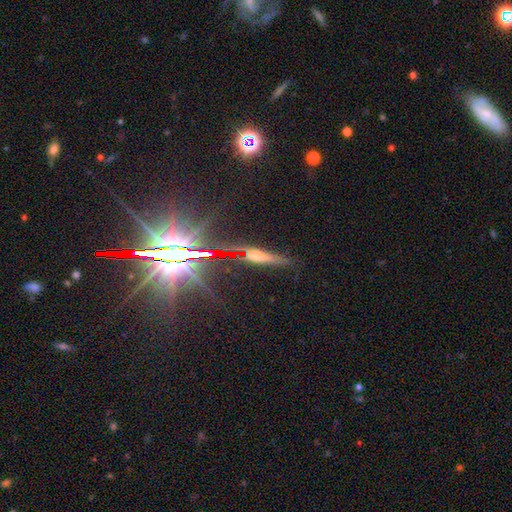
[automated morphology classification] smooth_or_featured: featured or disk (p=0.39) [alt: smooth p=0.31]
merging: none (p=0.75) [alt: minor disturbance p=0.16]